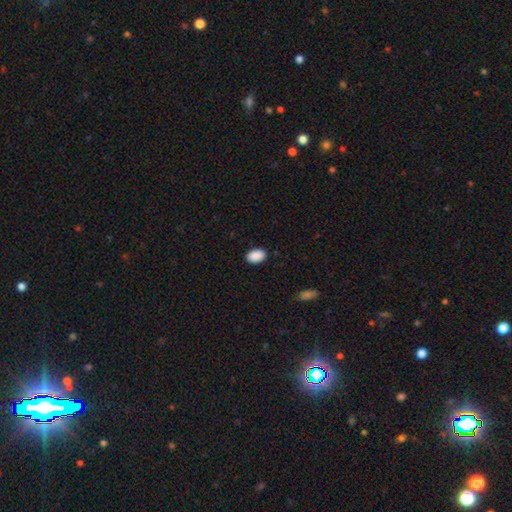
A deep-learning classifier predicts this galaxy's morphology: Smooth or featured: smooth — 91% (star or artifact — 7%)
How rounded: in between — 91% (round — 8%)
Merging: none — 89% (minor disturbance — 8%)